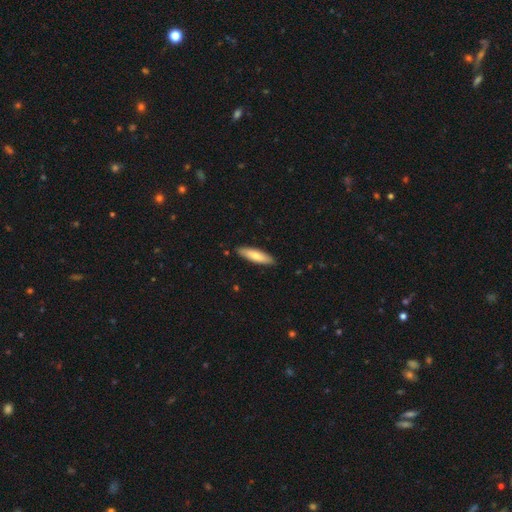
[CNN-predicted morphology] Smooth or featured?
  - smooth: 72% *
  - featured or disk: 22%
  - star or artifact: 5%
How rounded?
  - cigar-shaped: 66% *
  - in between: 33%
  - round: 1%
Merging?
  - none: 87% *
  - minor disturbance: 10%
  - major disturbance: 2%
  - merger: 1%